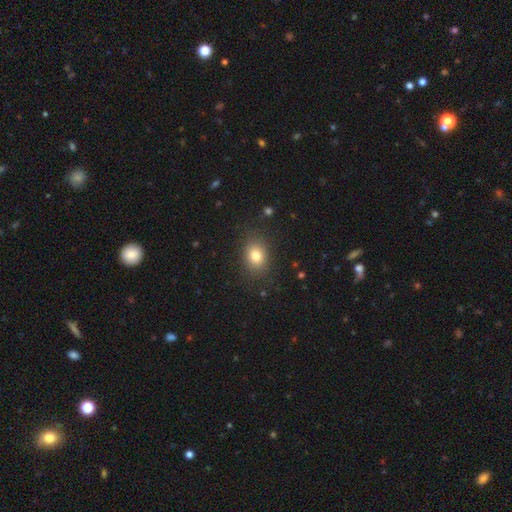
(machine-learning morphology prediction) This is likely a smooth galaxy (79%). How rounded: possibly in between (57%). Merging: clearly none (85%).